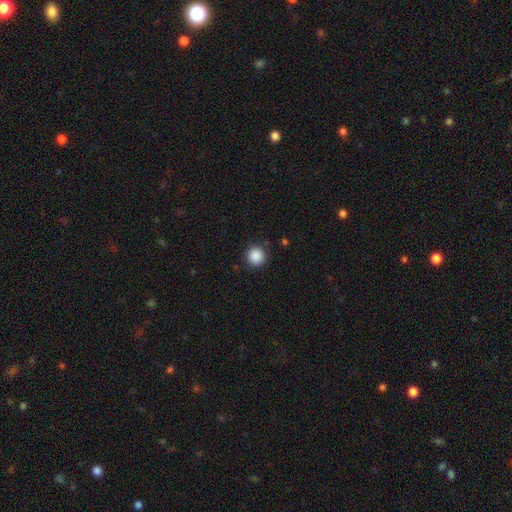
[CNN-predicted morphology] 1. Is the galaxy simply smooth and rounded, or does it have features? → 88% smooth, 9% star or artifact, 3% featured or disk.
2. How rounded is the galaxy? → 94% round, 5% in between, 1% cigar-shaped.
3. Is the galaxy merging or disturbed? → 89% none, 7% minor disturbance, 2% major disturbance, 1% merger.